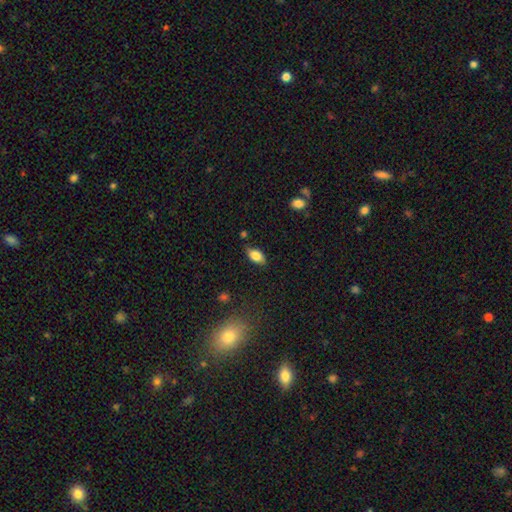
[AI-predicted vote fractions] This is likely a smooth galaxy (80%). How rounded: clearly in between (89%). Merging: likely none (80%).